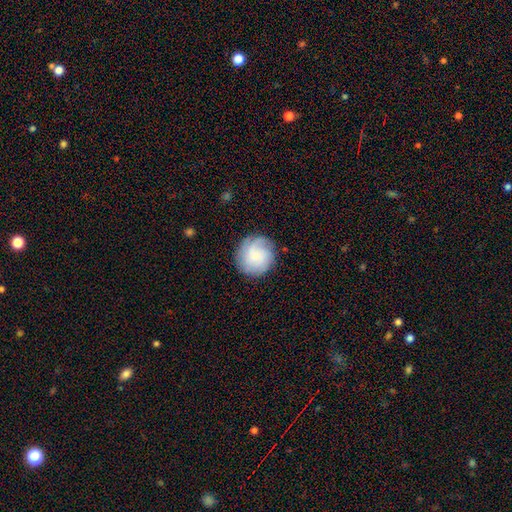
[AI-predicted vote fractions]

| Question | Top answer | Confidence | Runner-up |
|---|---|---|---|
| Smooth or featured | smooth | 55% | featured or disk (37%) |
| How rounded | round | 90% | in between (9%) |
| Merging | none | 81% | minor disturbance (13%) |